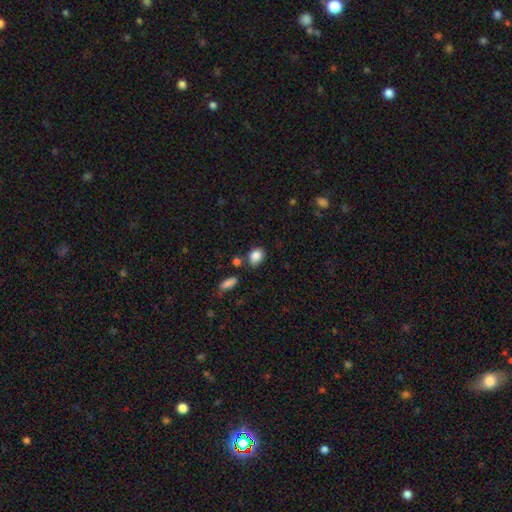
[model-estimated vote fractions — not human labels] smooth-or-featured: smooth: 86% | star or artifact: 9% | featured or disk: 5%
  how-rounded: in between: 64% | round: 35% | cigar-shaped: 2%
  merging: none: 66% | minor disturbance: 21% | merger: 9% | major disturbance: 5%